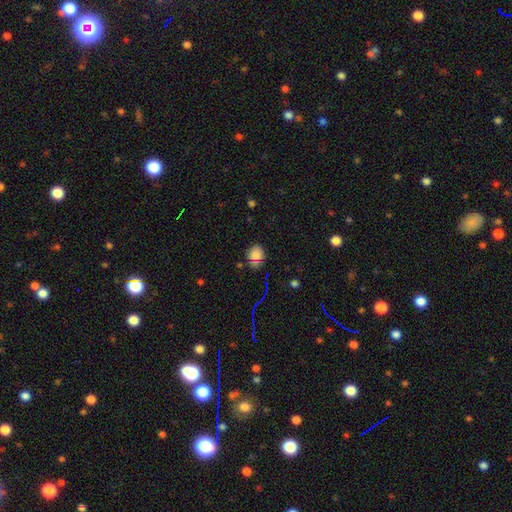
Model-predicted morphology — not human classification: Smooth or featured?
  - smooth: 73% *
  - star or artifact: 18%
  - featured or disk: 9%
How rounded?
  - round: 73% *
  - in between: 25%
  - cigar-shaped: 1%
Merging?
  - none: 74% *
  - minor disturbance: 16%
  - merger: 5%
  - major disturbance: 4%